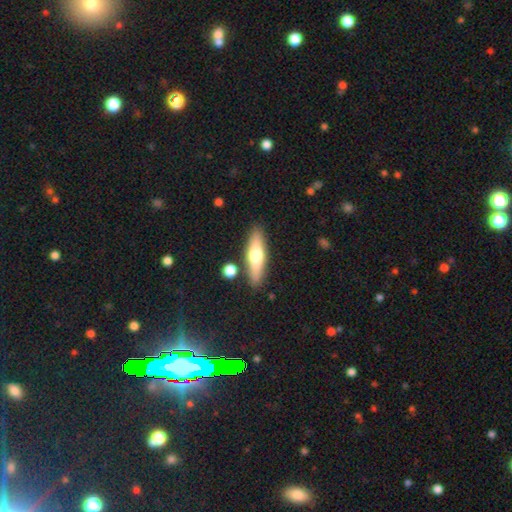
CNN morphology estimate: This is possibly a smooth galaxy (56%). How rounded: likely cigar-shaped (69%). Merging: clearly none (84%).